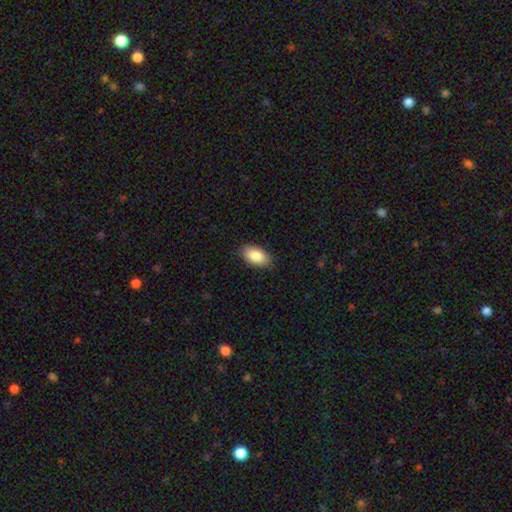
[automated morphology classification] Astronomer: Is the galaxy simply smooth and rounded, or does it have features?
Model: smooth — 86%.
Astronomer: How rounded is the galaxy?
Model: in between — 94%.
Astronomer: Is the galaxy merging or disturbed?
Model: none — 87%.